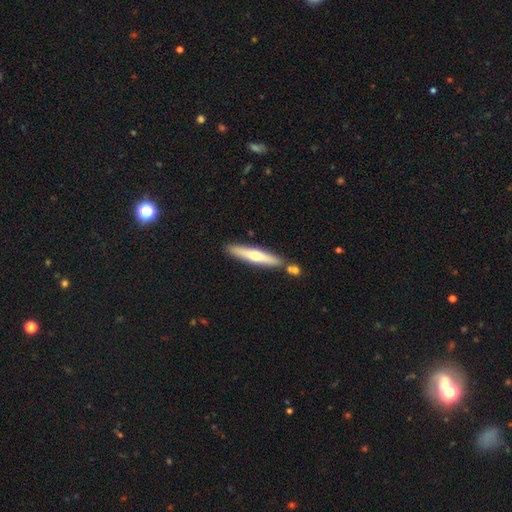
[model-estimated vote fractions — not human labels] Smooth or featured? Predicted: smooth (p=0.51). How rounded? Predicted: cigar-shaped (p=0.90). Merging? Predicted: none (p=0.80).